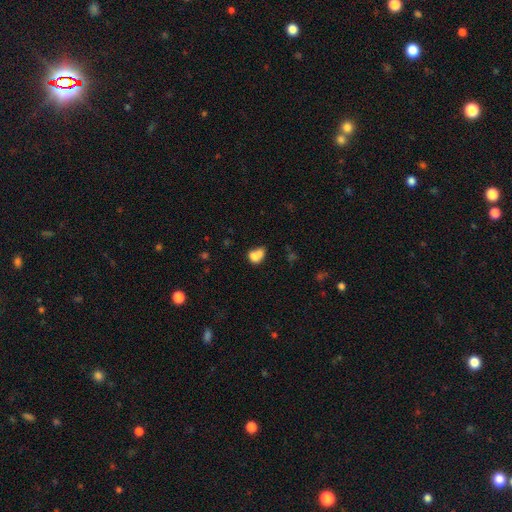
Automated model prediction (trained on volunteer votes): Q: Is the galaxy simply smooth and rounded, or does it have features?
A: smooth — 73%.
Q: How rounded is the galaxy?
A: in between — 56%.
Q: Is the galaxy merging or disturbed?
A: merger — 63%.